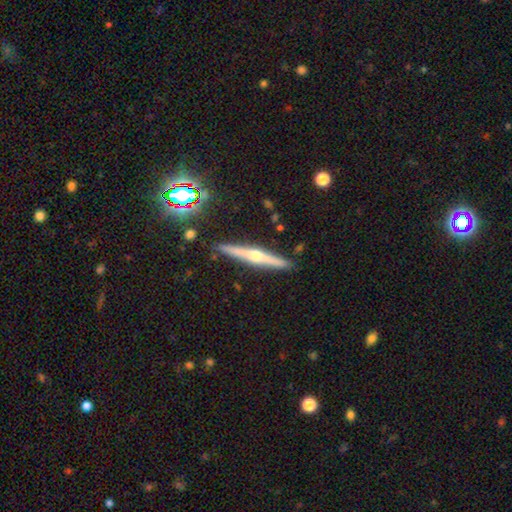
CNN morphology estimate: This is likely a featured or disk galaxy (72%). It is clearly viewed edge-on (98%). Edge-on bulge: clearly rounded (91%). Merging: clearly none (91%).